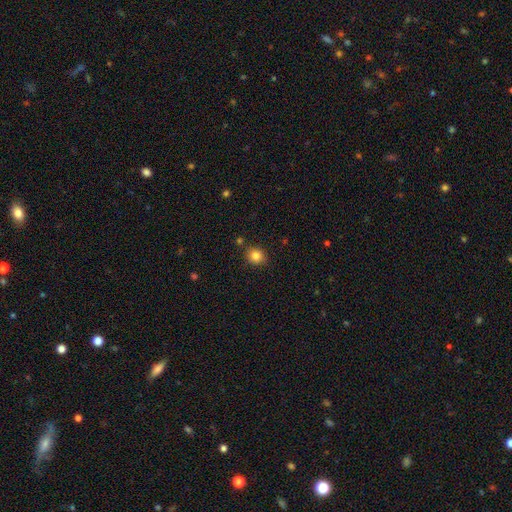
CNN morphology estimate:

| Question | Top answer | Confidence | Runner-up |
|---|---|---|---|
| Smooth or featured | smooth | 84% | star or artifact (11%) |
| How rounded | round | 77% | in between (22%) |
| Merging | none | 85% | minor disturbance (9%) |